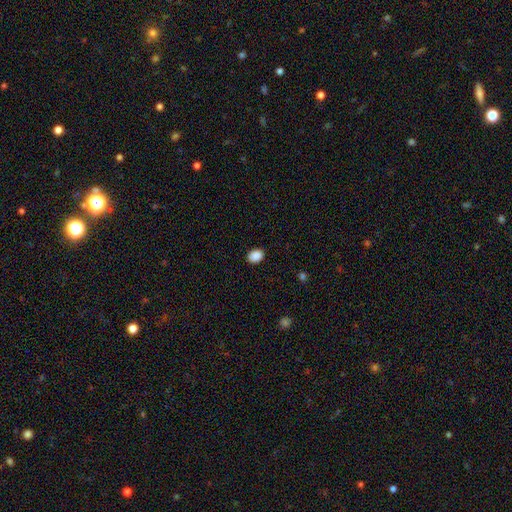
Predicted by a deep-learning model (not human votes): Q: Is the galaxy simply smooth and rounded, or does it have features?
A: smooth — 89%.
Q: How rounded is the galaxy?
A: in between — 66%.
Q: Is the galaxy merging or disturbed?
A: none — 88%.